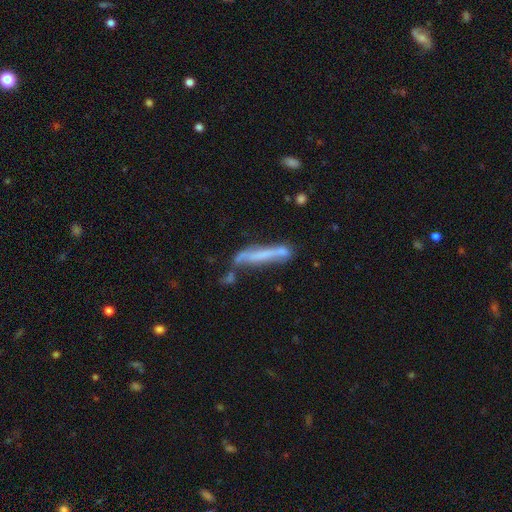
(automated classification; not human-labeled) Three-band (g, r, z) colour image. It shows a smooth galaxy with no disk features (46%). Merging: none (56%).